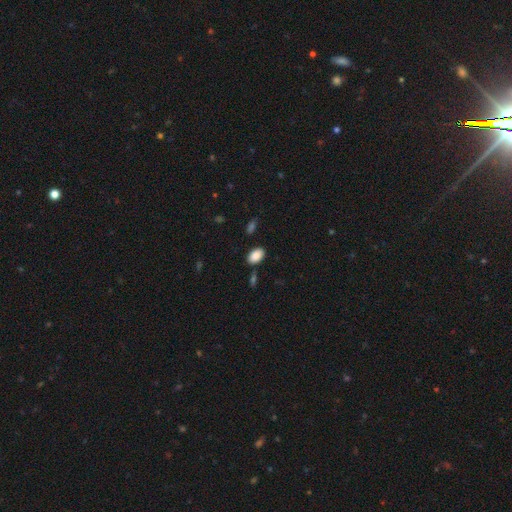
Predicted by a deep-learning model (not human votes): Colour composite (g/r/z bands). It shows a smooth galaxy with no disk features (88%) that is in between round and cigar-shaped (91%). Merging: none (84%).